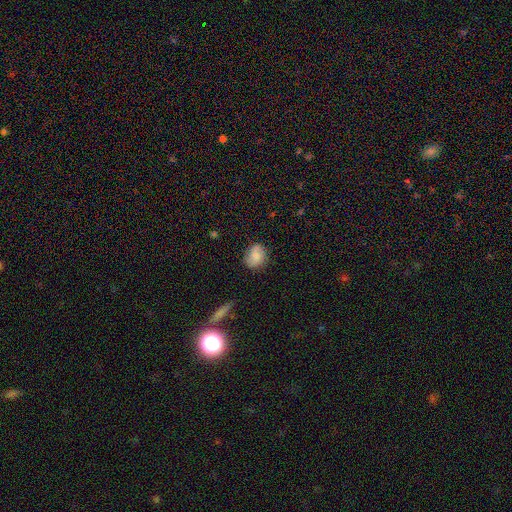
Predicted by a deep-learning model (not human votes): Smooth or featured? smooth (70%)
How rounded? round (56%)
Merging? none (76%)